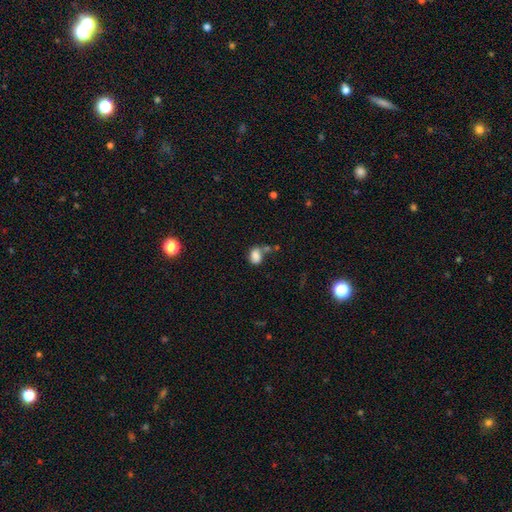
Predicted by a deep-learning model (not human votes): A smooth galaxy with no disk features (82%) that is in between round and cigar-shaped (73%). Merging: none (42%).